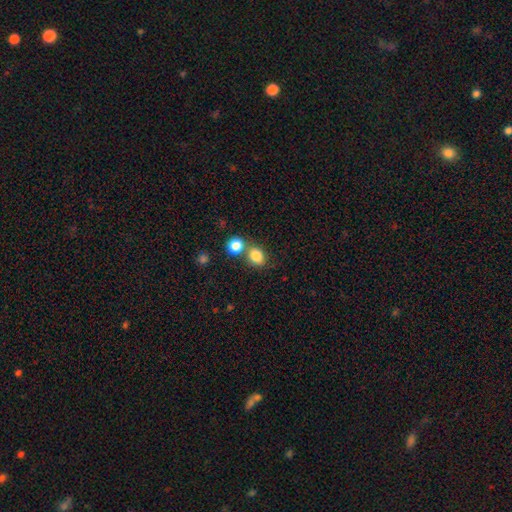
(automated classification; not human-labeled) The model was most divided on "how rounded": round: 62%, in between: 37%, cigar-shaped: 1%. More confident: smooth or featured — smooth (82%); merging — none (60%).